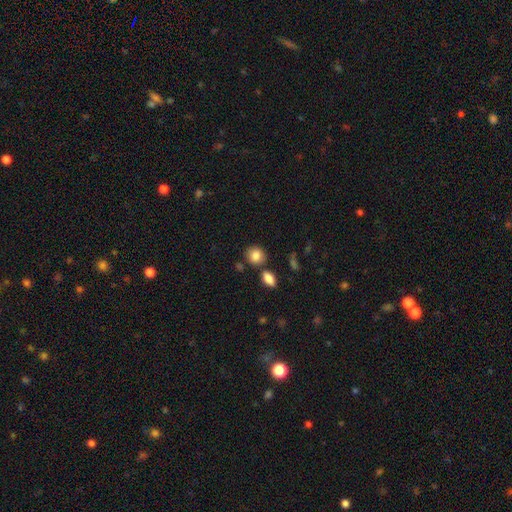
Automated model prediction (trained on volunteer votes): Smooth or featured? smooth (85%)
How rounded? round (70%)
Merging? none (74%)